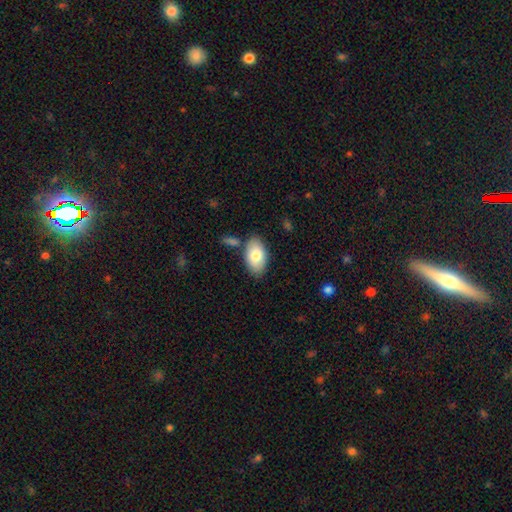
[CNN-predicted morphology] Smooth or featured? smooth (79%)
How rounded? in between (94%)
Merging? none (78%)